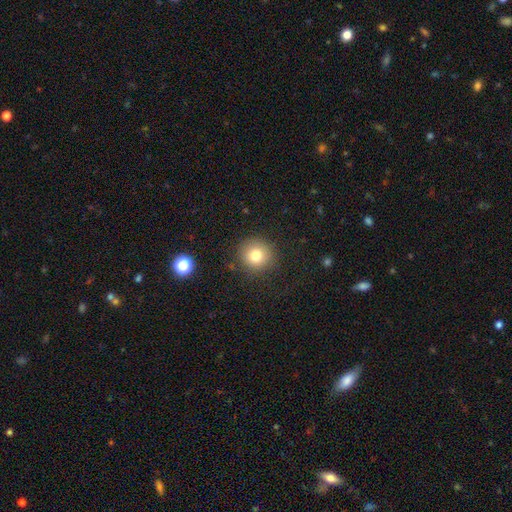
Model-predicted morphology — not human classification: Smooth or featured? smooth (79%)
How rounded? round (92%)
Merging? none (88%)